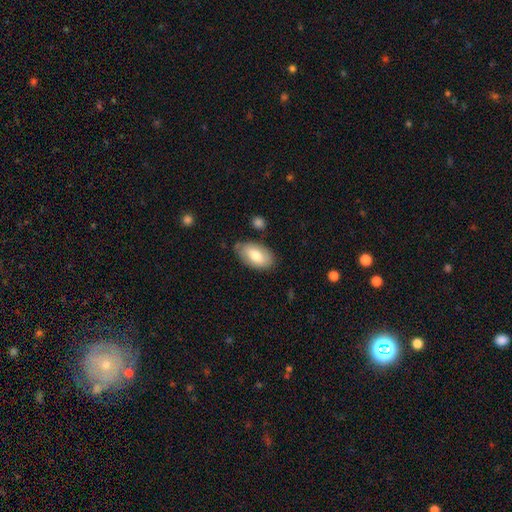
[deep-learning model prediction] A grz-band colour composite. It shows a smooth galaxy with no disk features (75%) that is in between round and cigar-shaped (94%). Merging: none (75%).